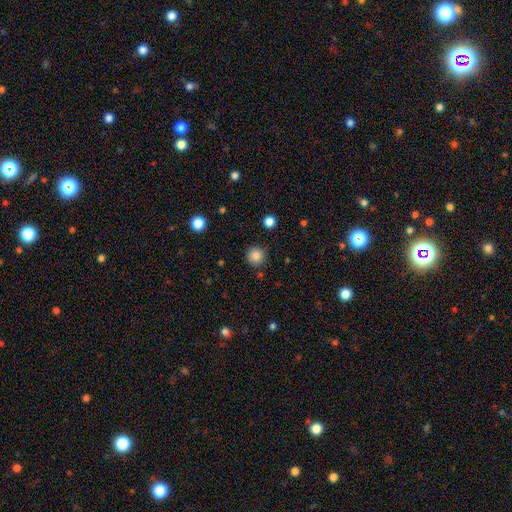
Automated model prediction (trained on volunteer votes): Smooth or featured? smooth (85%)
How rounded? round (94%)
Merging? none (86%)